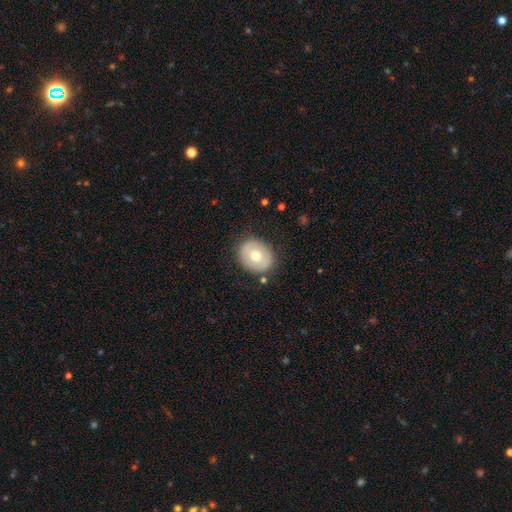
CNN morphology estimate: Q: Smooth or featured?
A: smooth (59%); runner-up: featured or disk (34%)
Q: How rounded?
A: round (67%); runner-up: in between (32%)
Q: Merging?
A: none (85%); runner-up: minor disturbance (10%)